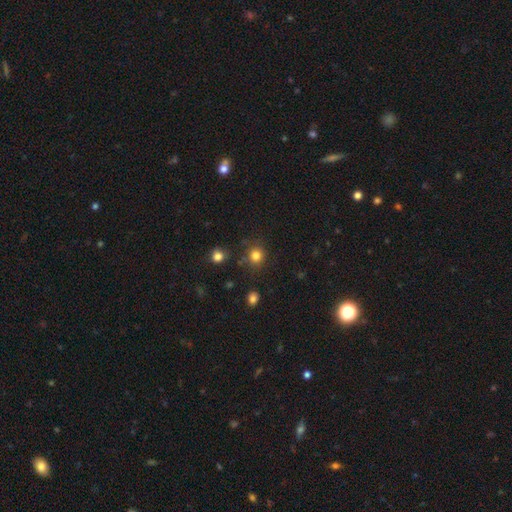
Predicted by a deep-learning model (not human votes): smooth_or_featured: smooth (p=0.82) [alt: star or artifact p=0.13]
how_rounded: round (p=0.89) [alt: in between p=0.10]
merging: none (p=0.81) [alt: minor disturbance p=0.10]